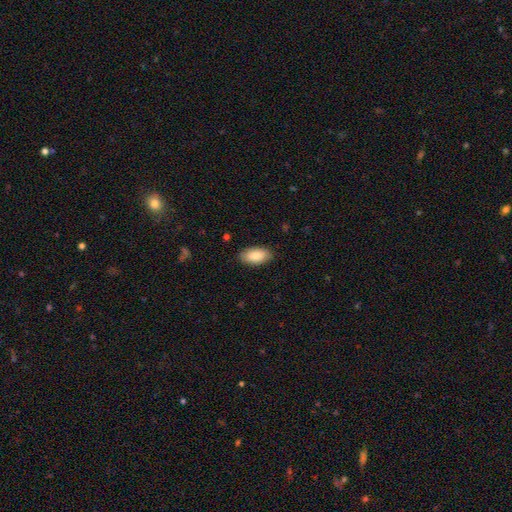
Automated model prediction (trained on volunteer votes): smooth 87%, featured or disk 7%, star or artifact 6%. Down the decision tree: how rounded — in between (94%); merging — none (87%).